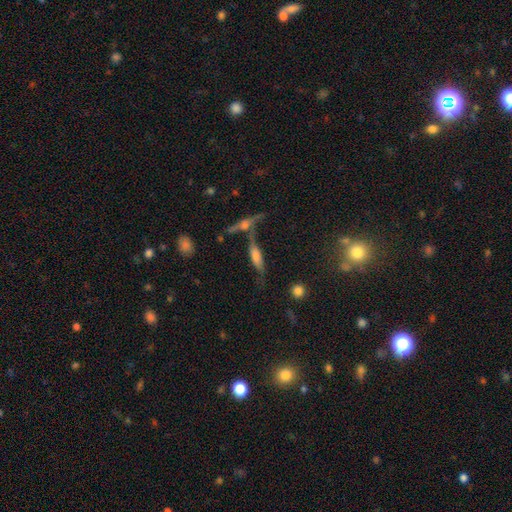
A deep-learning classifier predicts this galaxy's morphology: smooth_or_featured: featured or disk (p=0.59) [alt: smooth p=0.27]
disk_edge_on: yes (p=0.82) [alt: no p=0.18]
merging: none (p=0.54) [alt: merger p=0.23]